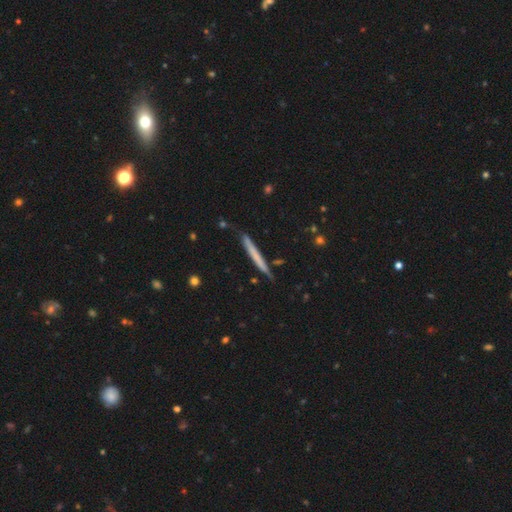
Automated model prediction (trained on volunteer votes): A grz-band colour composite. It shows a smooth galaxy with no disk features (56%) that is cigar-shaped (97%). Merging: none (85%).